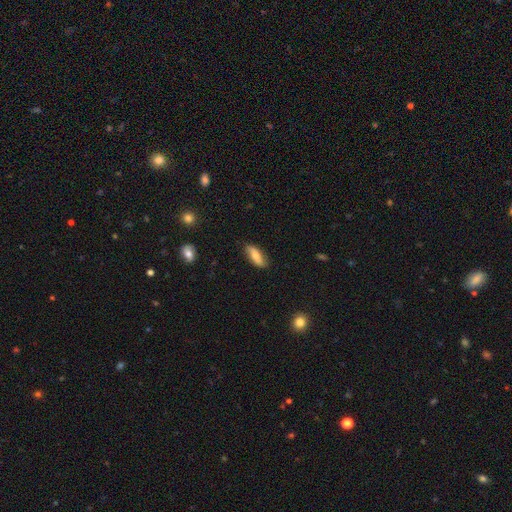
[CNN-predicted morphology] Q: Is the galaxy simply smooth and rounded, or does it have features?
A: smooth — 58%.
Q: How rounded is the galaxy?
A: in between — 62%.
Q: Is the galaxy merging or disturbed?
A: none — 82%.